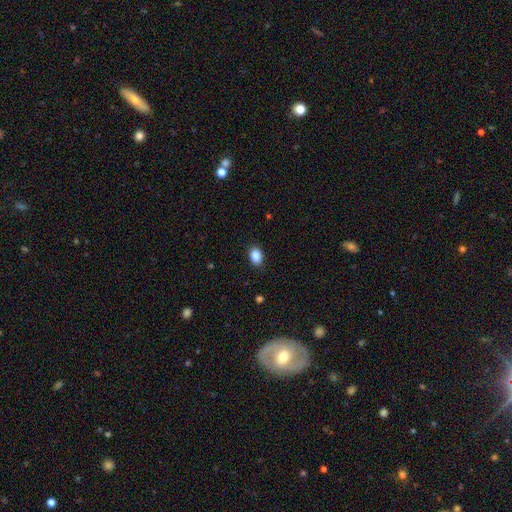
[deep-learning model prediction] Smooth or featured: smooth — 88% (star or artifact — 9%)
How rounded: in between — 79% (round — 20%)
Merging: none — 87% (minor disturbance — 10%)